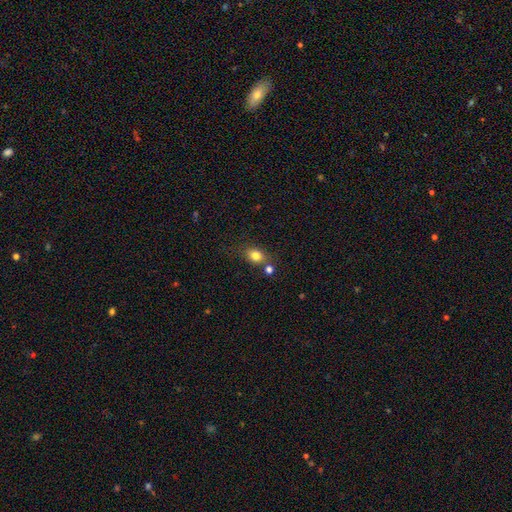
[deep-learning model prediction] A smooth galaxy with no disk features (81%) that is in between round and cigar-shaped (59%).

Vote fractions:
- Smooth or featured? smooth: 81% / star or artifact: 11% / featured or disk: 8%
- How rounded? in between: 59% / round: 39% / cigar-shaped: 2%
- Merging? none: 64% / merger: 17% / minor disturbance: 14% / major disturbance: 5%